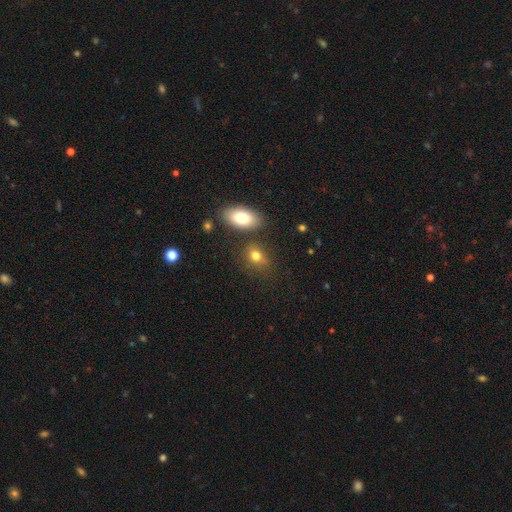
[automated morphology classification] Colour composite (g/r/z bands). It shows a smooth galaxy with no disk features (77%) that is in between round and cigar-shaped (64%). Merging: none (68%).